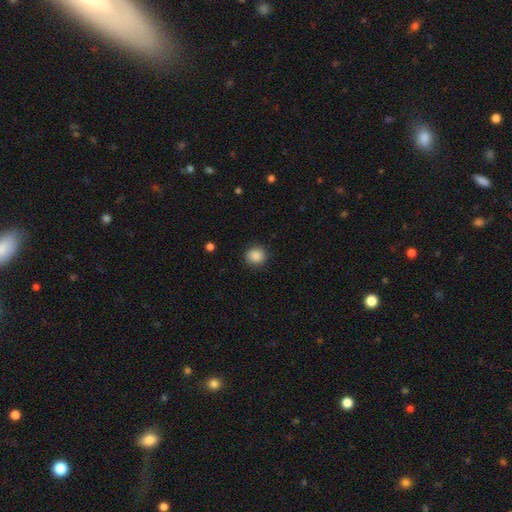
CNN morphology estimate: Smooth or featured: smooth — 86% (star or artifact — 9%)
How rounded: round — 86% (in between — 13%)
Merging: none — 85% (minor disturbance — 11%)